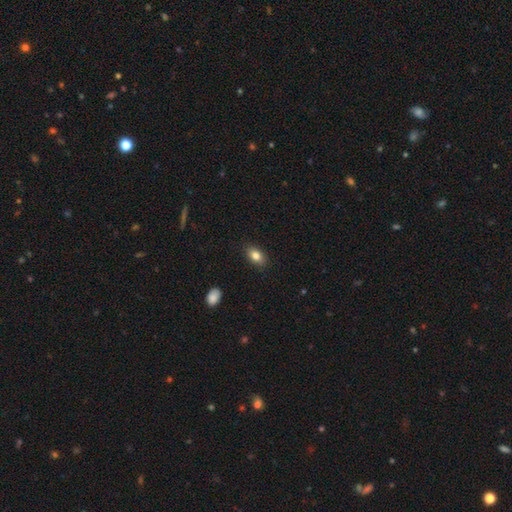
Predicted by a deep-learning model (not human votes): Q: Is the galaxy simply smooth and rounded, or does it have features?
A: smooth — 83%.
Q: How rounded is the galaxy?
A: in between — 88%.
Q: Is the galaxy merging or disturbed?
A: none — 87%.